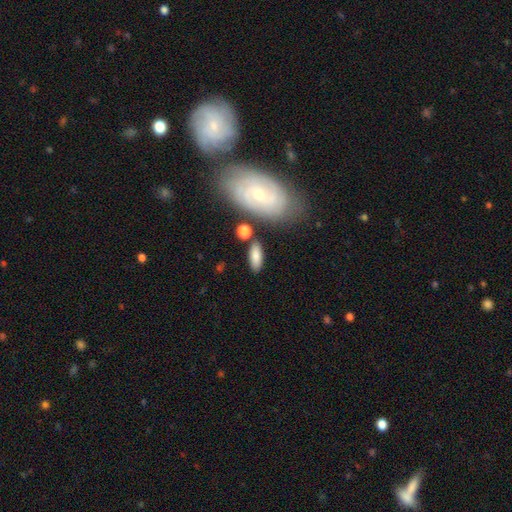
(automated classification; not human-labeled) A smooth galaxy with no disk features (78%) that is in between round and cigar-shaped (73%). Merging: none (75%).